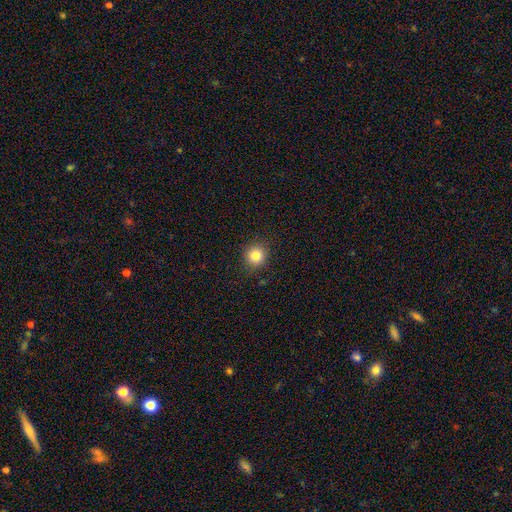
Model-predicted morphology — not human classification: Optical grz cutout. It shows a smooth galaxy with no disk features (83%) that is round (91%). Merging: none (89%).